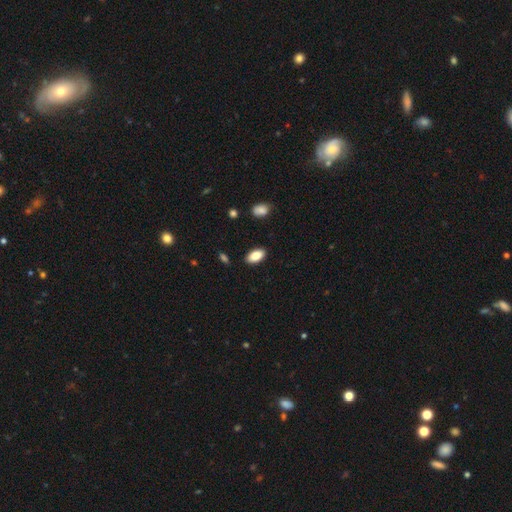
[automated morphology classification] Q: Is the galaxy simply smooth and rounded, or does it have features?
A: smooth — 85%.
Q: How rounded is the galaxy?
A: in between — 93%.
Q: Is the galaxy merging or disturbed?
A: none — 87%.